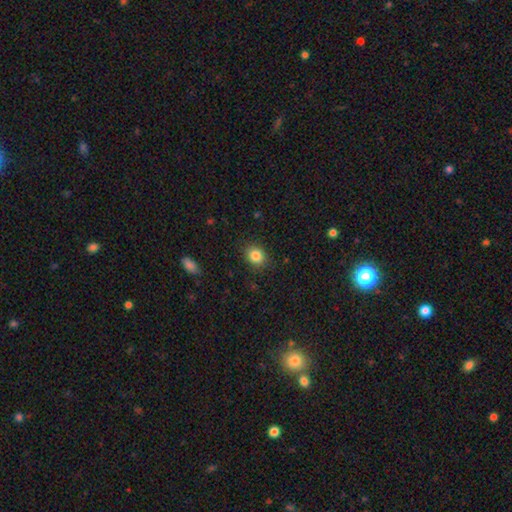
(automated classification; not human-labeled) Morphology: type=smooth (85%); roundness=round (64%); merging=none (86%).